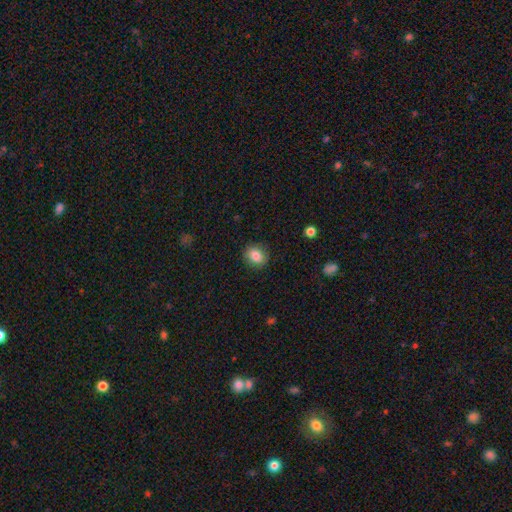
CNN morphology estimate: Q: Smooth or featured?
A: smooth (84%); runner-up: star or artifact (9%)
Q: How rounded?
A: round (59%); runner-up: in between (40%)
Q: Merging?
A: none (88%); runner-up: minor disturbance (9%)